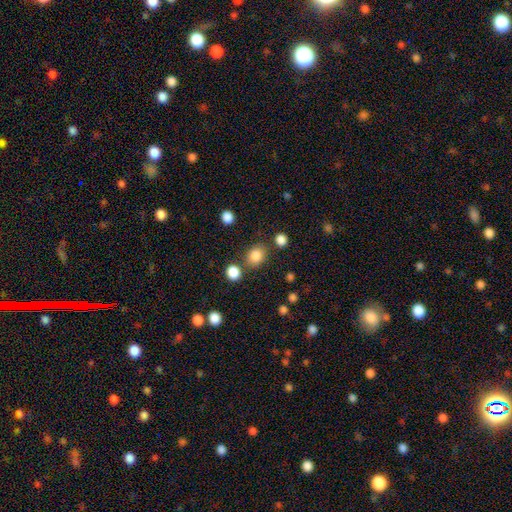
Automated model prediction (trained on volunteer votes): This appears to be a smooth galaxy with no disk features (84%) that is round (59%). Merging: none (76%).